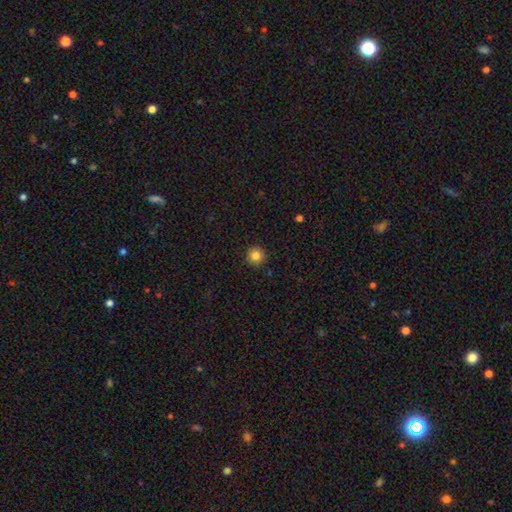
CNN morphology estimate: This appears to be a smooth galaxy with no disk features (84%) that is round (95%). Merging: none (92%).